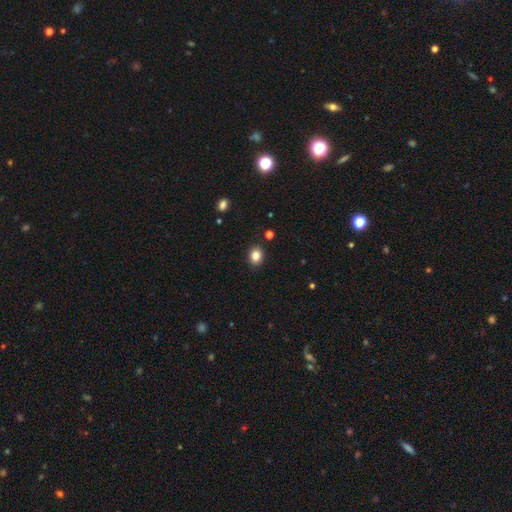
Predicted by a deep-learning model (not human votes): Smooth or featured? smooth (85%)
How rounded? round (50%)
Merging? none (88%)